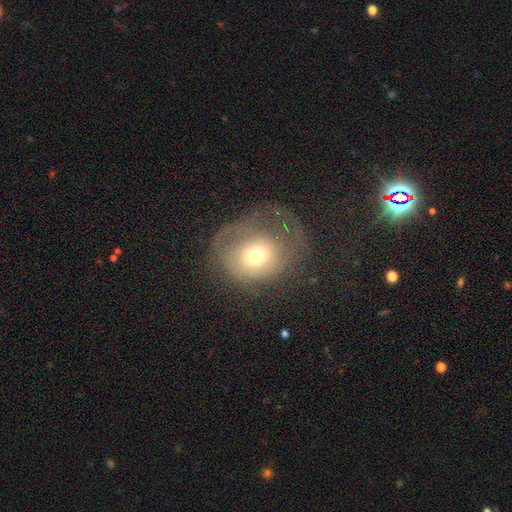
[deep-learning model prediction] Smooth or featured? smooth (54%)
How rounded? round (64%)
Merging? major disturbance (46%)